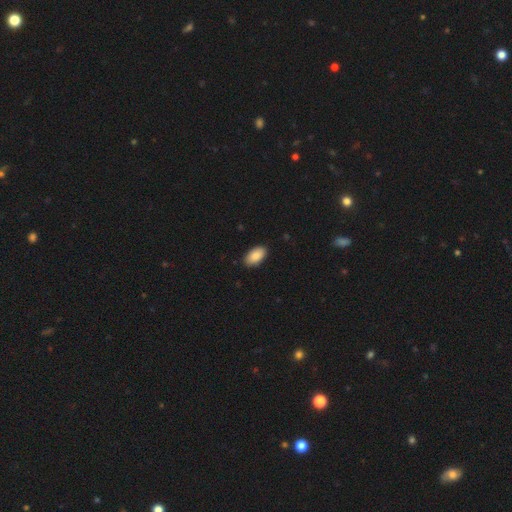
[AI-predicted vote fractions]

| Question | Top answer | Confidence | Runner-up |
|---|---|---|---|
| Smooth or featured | smooth | 89% | star or artifact (6%) |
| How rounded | in between | 95% | round (3%) |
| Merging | none | 89% | minor disturbance (8%) |